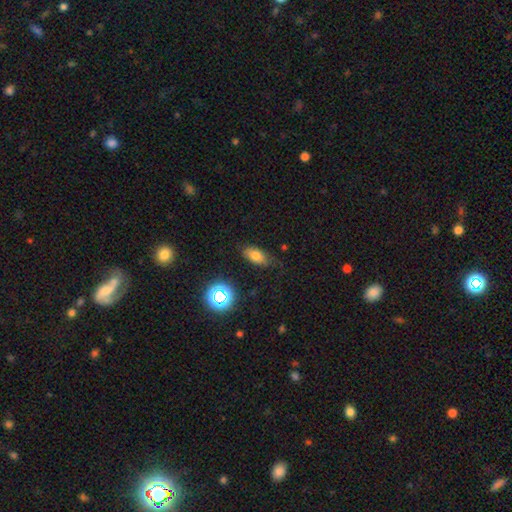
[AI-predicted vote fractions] Smooth or featured? Predicted: smooth (p=0.72). How rounded? Predicted: in between (p=0.85). Merging? Predicted: none (p=0.75).